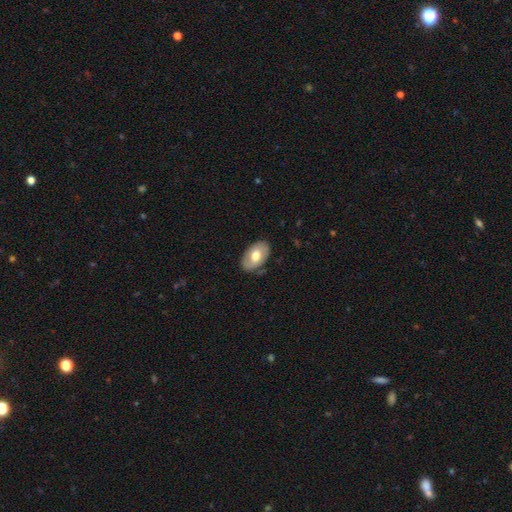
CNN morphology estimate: A smooth galaxy with no disk features (58%) that is in between round and cigar-shaped (91%). Merging: none (80%).